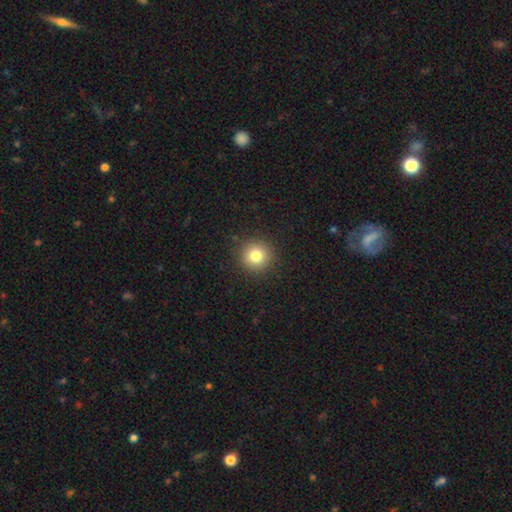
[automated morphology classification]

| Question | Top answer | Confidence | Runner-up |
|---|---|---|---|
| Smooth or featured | smooth | 80% | star or artifact (12%) |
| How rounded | round | 94% | in between (5%) |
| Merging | none | 91% | minor disturbance (6%) |